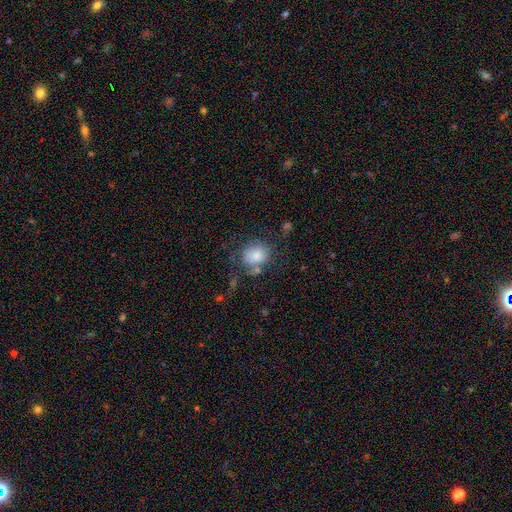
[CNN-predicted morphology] A smooth galaxy with no disk features (78%) that is round (69%). Merging: none (54%).